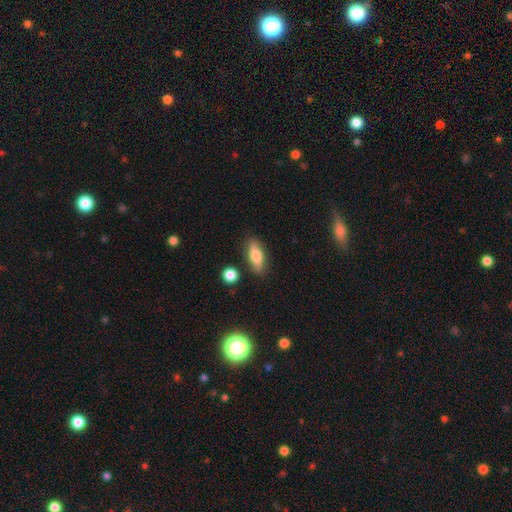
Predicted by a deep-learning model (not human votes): Smooth or featured? Predicted: smooth (p=0.71). How rounded? Predicted: in between (p=0.70). Merging? Predicted: none (p=0.82).